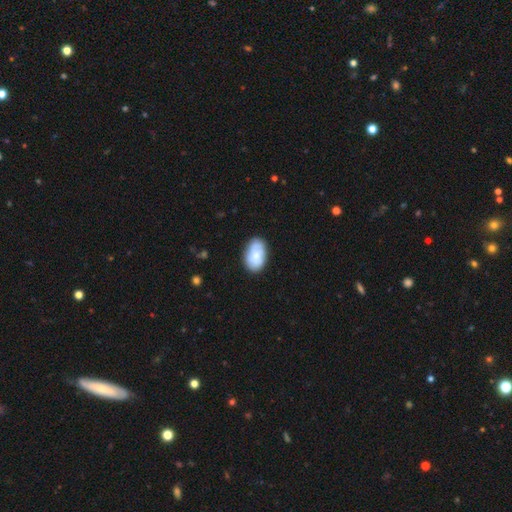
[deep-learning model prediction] A smooth galaxy with no disk features (74%) that is in between round and cigar-shaped (91%).

Vote fractions:
- Smooth or featured? smooth: 74% / featured or disk: 20% / star or artifact: 6%
- How rounded? in between: 91% / round: 7% / cigar-shaped: 1%
- Merging? none: 79% / minor disturbance: 16% / major disturbance: 3% / merger: 1%